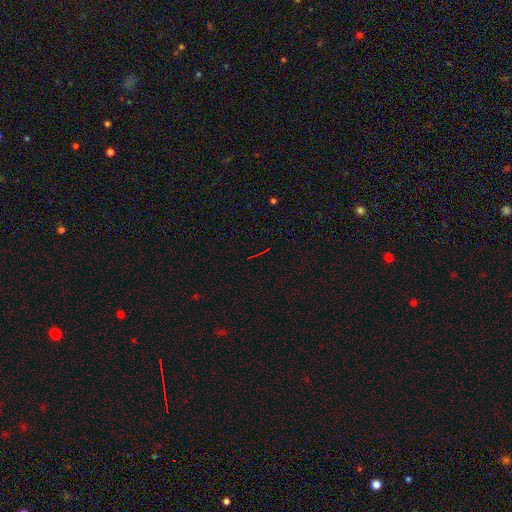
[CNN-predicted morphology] Smooth or featured? Predicted: star or artifact (p=0.71).